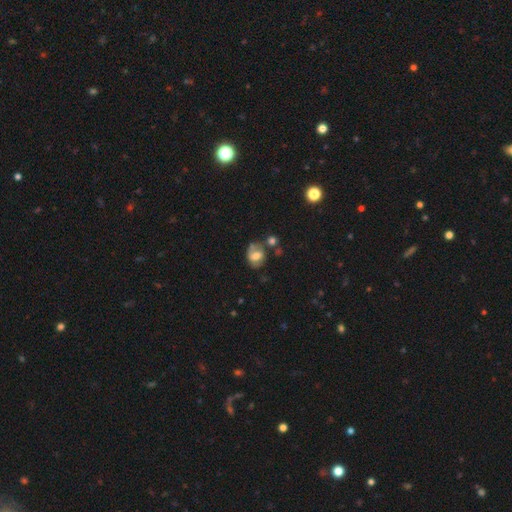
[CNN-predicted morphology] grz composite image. It shows a smooth galaxy with no disk features (51%) that is in between round and cigar-shaped (52%). Merging: none (46%).